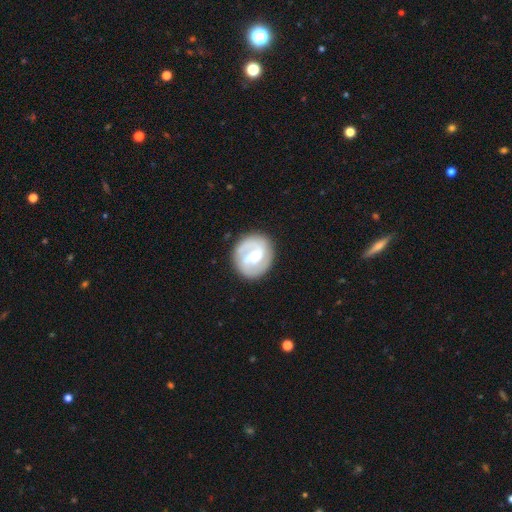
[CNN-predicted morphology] smooth-or-featured: featured or disk: 78% | smooth: 17% | star or artifact: 5%
  disk-edge-on: no: 98% | yes: 2%
    bar: weak: 50% | no: 26% | strong: 24%
    has-spiral-arms: yes: 92% | no: 8%
      spiral-winding: medium: 45% | tight: 37% | loose: 19%
      spiral-arm-count: 2: 74% | can't tell: 10% | 3: 7% | 1: 6% | 4: 2% | more than 4: 2%
    bulge-size: small: 53% | moderate: 38% | none: 4% | large: 4% | dominant: 1%
  merging: none: 80% | minor disturbance: 13% | major disturbance: 5% | merger: 2%